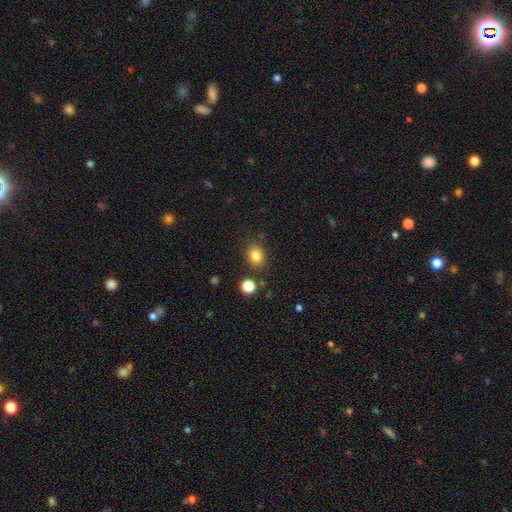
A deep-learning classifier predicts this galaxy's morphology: smooth 84%, star or artifact 11%, featured or disk 5%. Down the decision tree: how rounded — in between (52%); merging — none (81%).